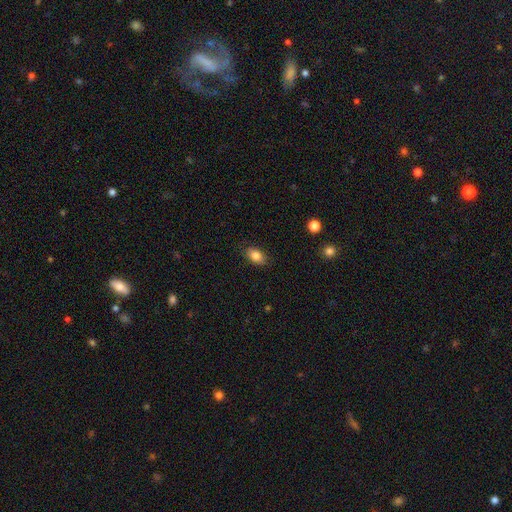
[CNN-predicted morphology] Smooth or featured: smooth — 83% (featured or disk — 9%)
How rounded: in between — 88% (round — 10%)
Merging: none — 85% (minor disturbance — 11%)